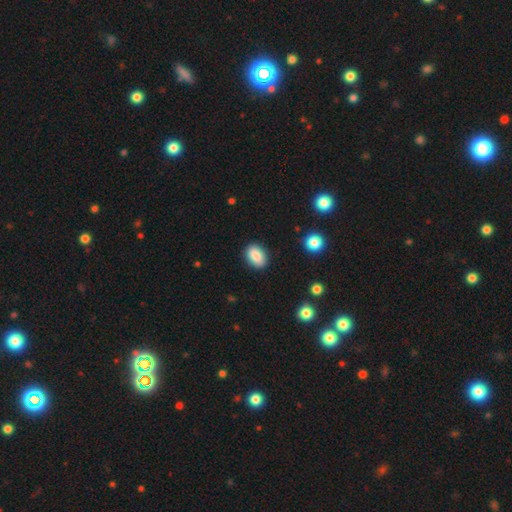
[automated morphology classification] Q: Smooth or featured?
A: smooth (86%); runner-up: star or artifact (8%)
Q: How rounded?
A: in between (84%); runner-up: round (14%)
Q: Merging?
A: none (87%); runner-up: minor disturbance (10%)